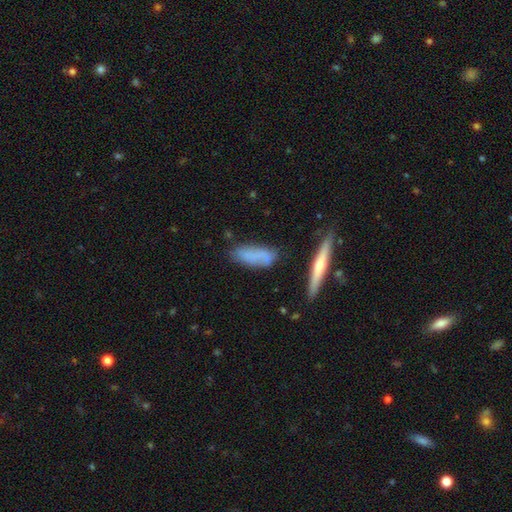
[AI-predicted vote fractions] Q: Smooth or featured?
A: smooth (66%); runner-up: featured or disk (25%)
Q: How rounded?
A: in between (53%); runner-up: cigar-shaped (44%)
Q: Merging?
A: none (65%); runner-up: minor disturbance (23%)